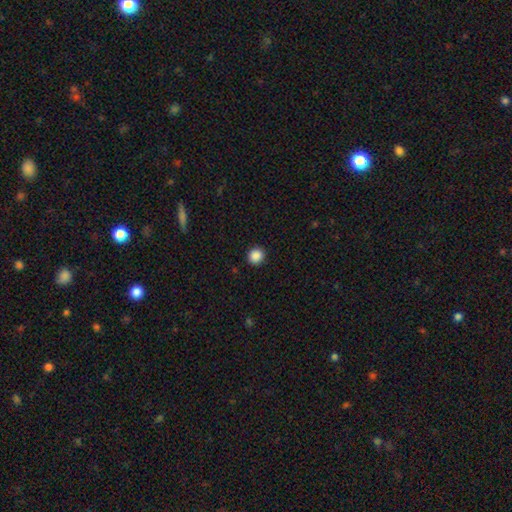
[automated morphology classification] Overall: smooth (88%). How rounded: round (89%). Merging: none (92%).